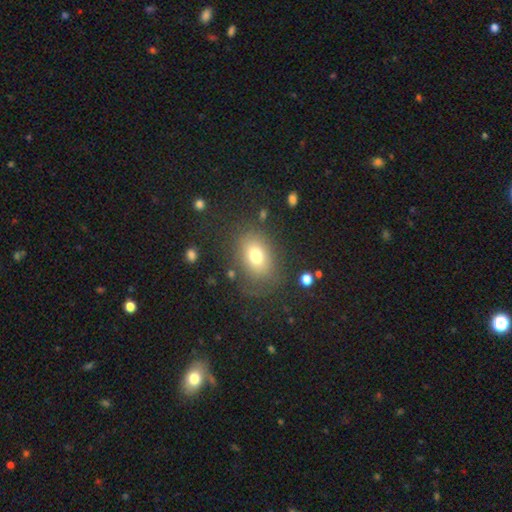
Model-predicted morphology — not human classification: Overall: smooth (73%). How rounded: in between (70%). Merging: none (70%).